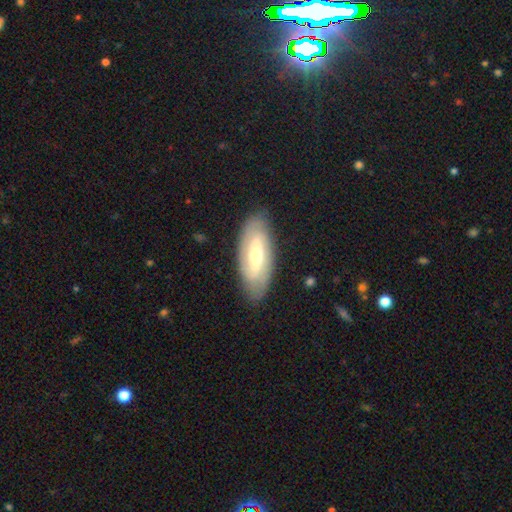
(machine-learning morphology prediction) smooth_or_featured: featured or disk (p=0.61) [alt: smooth p=0.33]
disk_edge_on: no (p=0.86) [alt: yes p=0.14]
bar: weak (p=0.38) [alt: no p=0.32]
has_spiral_arms: yes (p=0.66) [alt: no p=0.34]
bulge_size: moderate (p=0.54) [alt: small p=0.41]
merging: none (p=0.84) [alt: minor disturbance p=0.12]